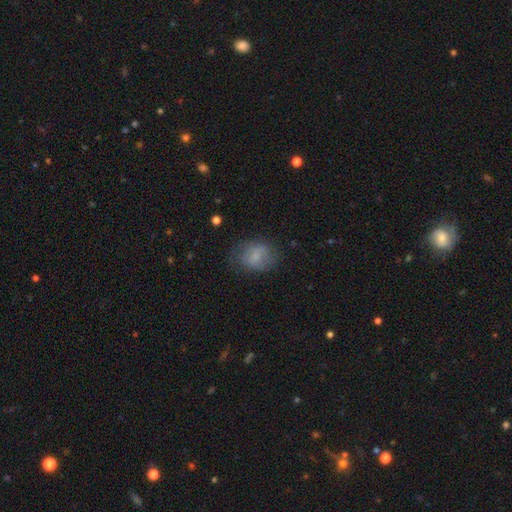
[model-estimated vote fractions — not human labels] A smooth galaxy with no disk features (71%) that is in between round and cigar-shaped (62%). Merging: none (65%).